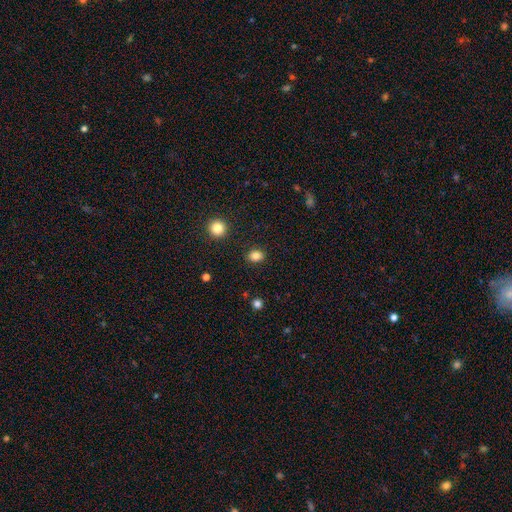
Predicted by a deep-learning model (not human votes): This appears to be a smooth galaxy with no disk features (84%) that is round (53%). Merging: none (88%).